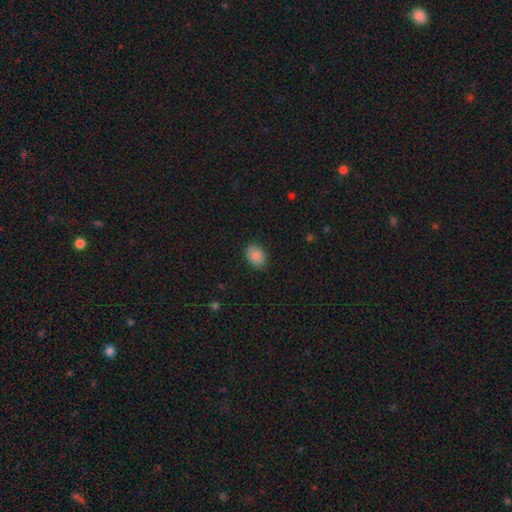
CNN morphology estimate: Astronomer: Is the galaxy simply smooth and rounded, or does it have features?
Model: smooth — 87%.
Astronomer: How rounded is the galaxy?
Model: in between — 78%.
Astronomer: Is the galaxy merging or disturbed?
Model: none — 85%.